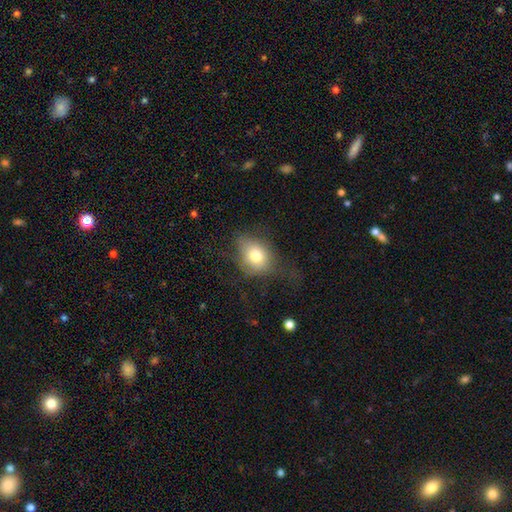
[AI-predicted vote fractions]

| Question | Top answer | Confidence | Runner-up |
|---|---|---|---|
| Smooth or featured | smooth | 72% | featured or disk (17%) |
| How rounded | in between | 51% | round (47%) |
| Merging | none | 49% | minor disturbance (27%) |